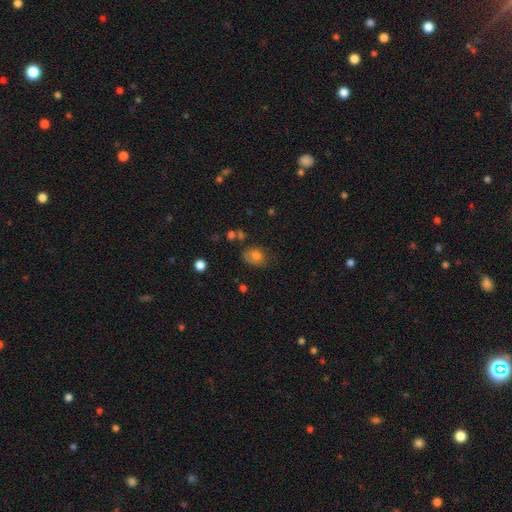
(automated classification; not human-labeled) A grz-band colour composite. It shows a smooth galaxy with no disk features (75%) that is in between round and cigar-shaped (61%). Merging: none (55%).